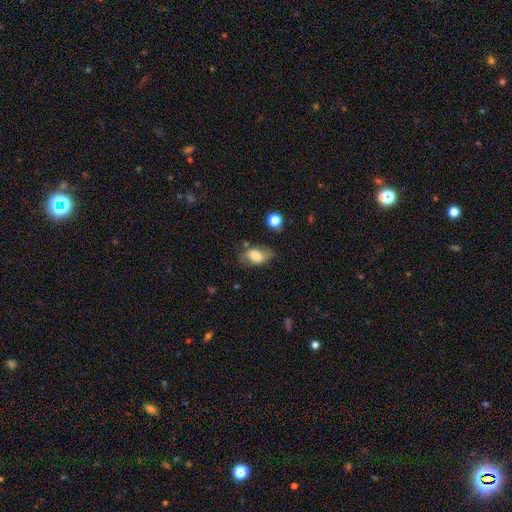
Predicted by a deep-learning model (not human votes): This appears to be a smooth galaxy with no disk features (71%) that is in between round and cigar-shaped (85%). Merging: none (52%).